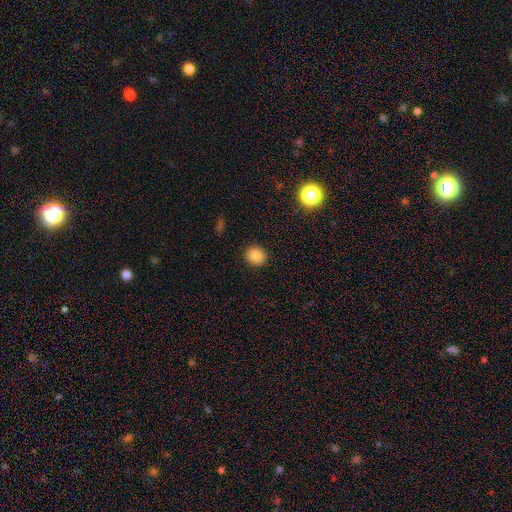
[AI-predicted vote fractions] smooth-or-featured: smooth: 86% | star or artifact: 11% | featured or disk: 4%
  how-rounded: round: 85% | in between: 14% | cigar-shaped: 1%
  merging: none: 91% | minor disturbance: 6% | major disturbance: 2% | merger: 1%